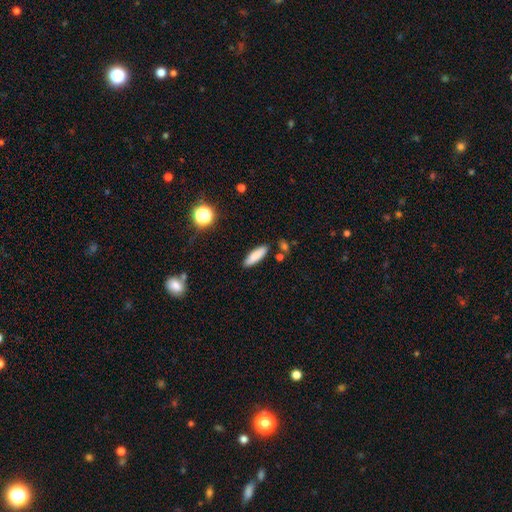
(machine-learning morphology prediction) type=smooth (84%); roundness=cigar-shaped (56%); merging=none (86%).